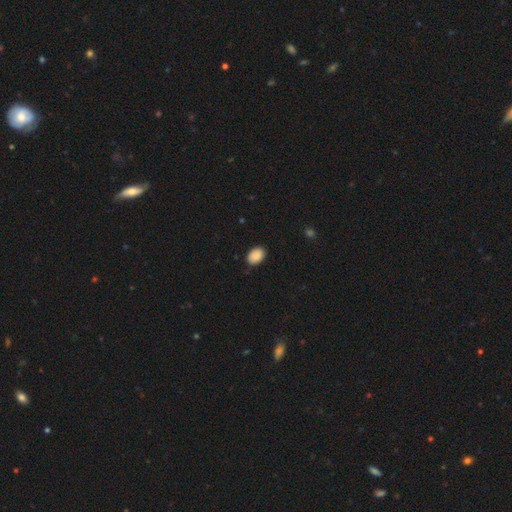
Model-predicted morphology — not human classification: Q: Smooth or featured?
A: smooth (90%); runner-up: star or artifact (7%)
Q: How rounded?
A: in between (83%); runner-up: round (16%)
Q: Merging?
A: none (88%); runner-up: minor disturbance (9%)